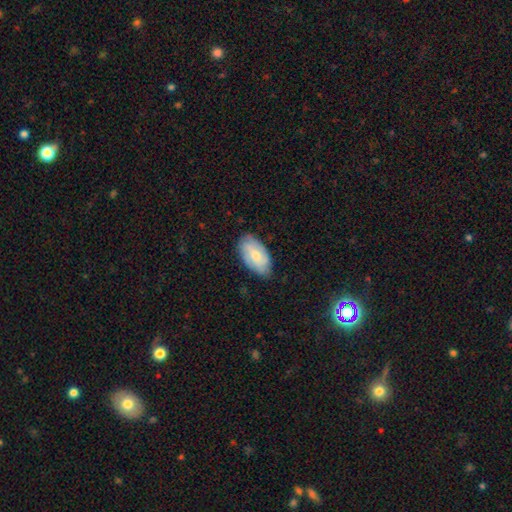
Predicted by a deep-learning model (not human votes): Smooth or featured: smooth — 57% (featured or disk — 37%)
How rounded: in between — 94% (round — 4%)
Merging: none — 75% (minor disturbance — 20%)